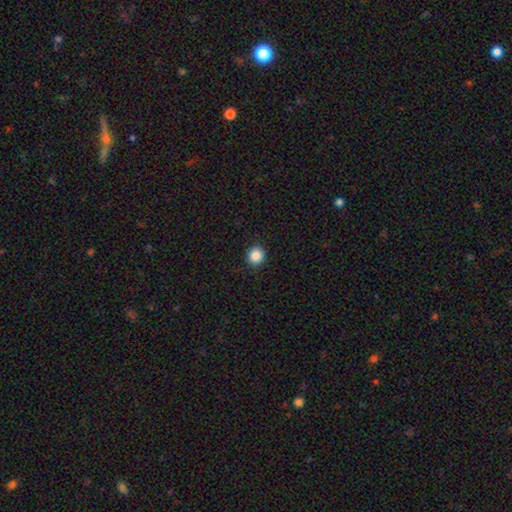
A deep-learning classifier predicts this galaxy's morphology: smooth-or-featured: smooth: 87% | star or artifact: 10% | featured or disk: 3%
  how-rounded: round: 92% | in between: 7% | cigar-shaped: 1%
  merging: none: 92% | minor disturbance: 5% | major disturbance: 2% | merger: 1%